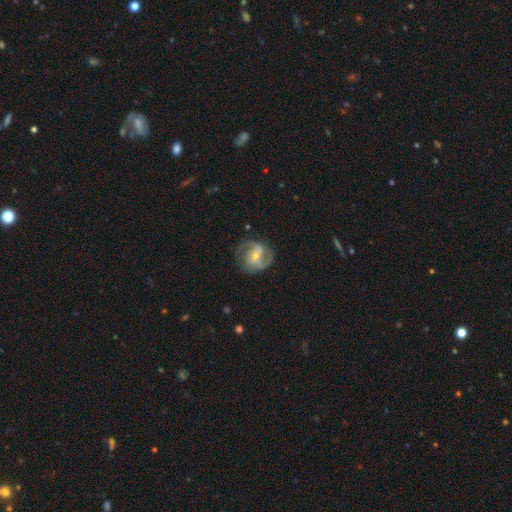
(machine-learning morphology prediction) Q: Smooth or featured?
A: featured or disk (88%); runner-up: smooth (7%)
Q: Edge-on disk?
A: no (98%); runner-up: yes (2%)
Q: Bar?
A: weak (42%); runner-up: no (41%)
Q: Spiral arms?
A: yes (97%); runner-up: no (3%)
Q: Spiral winding?
A: medium (56%); runner-up: tight (26%)
Q: Spiral arm count?
A: 2 (83%); runner-up: 3 (7%)
Q: Bulge size?
A: small (55%); runner-up: moderate (41%)
Q: Merging?
A: none (77%); runner-up: minor disturbance (15%)